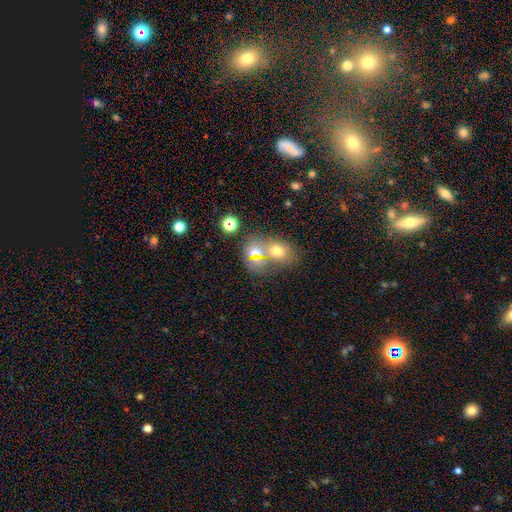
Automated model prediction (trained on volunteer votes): This appears to be a smooth galaxy with no disk features (61%) that is round (52%). Merging: merger (50%).